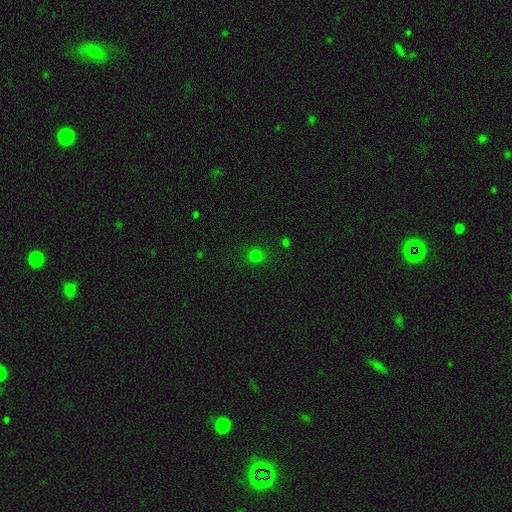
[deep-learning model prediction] Smooth or featured? smooth (73%)
How rounded? round (89%)
Merging? none (86%)